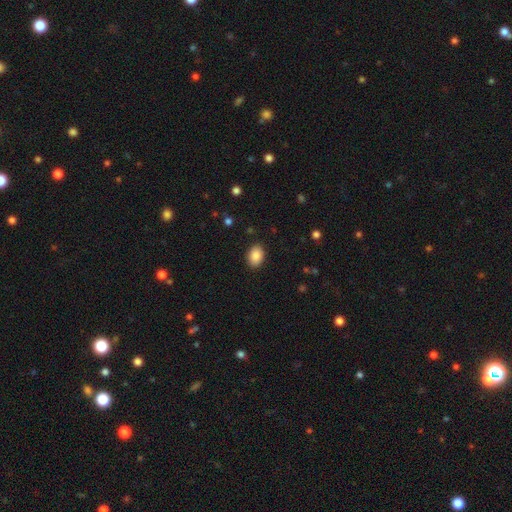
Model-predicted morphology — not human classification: Smooth or featured: smooth — 89% (star or artifact — 7%)
How rounded: in between — 83% (round — 16%)
Merging: none — 89% (minor disturbance — 8%)